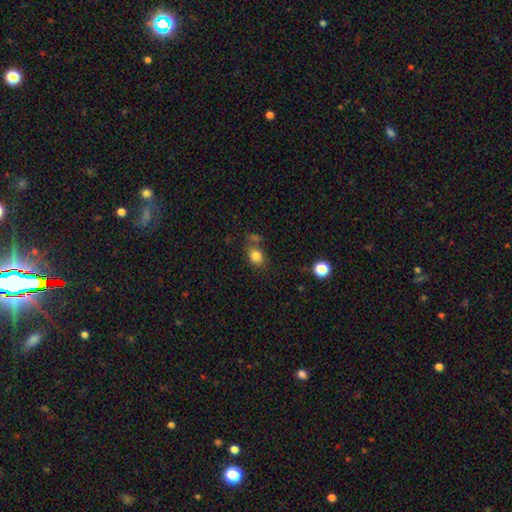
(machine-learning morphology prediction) Smooth or featured?
  - smooth: 82% *
  - star or artifact: 11%
  - featured or disk: 7%
How rounded?
  - round: 56% *
  - in between: 42%
  - cigar-shaped: 1%
Merging?
  - none: 63% *
  - minor disturbance: 17%
  - merger: 14%
  - major disturbance: 6%